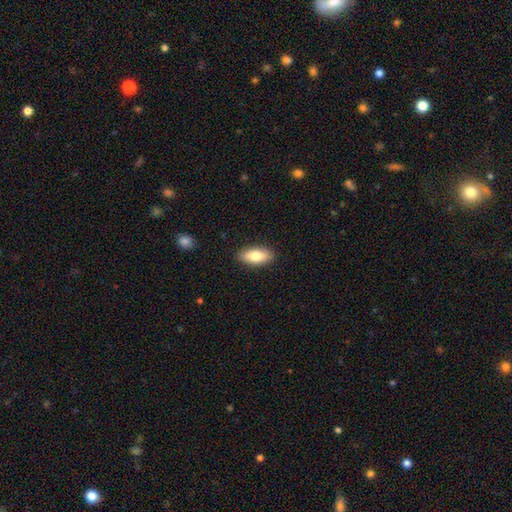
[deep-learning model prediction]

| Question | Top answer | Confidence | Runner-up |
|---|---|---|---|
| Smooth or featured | smooth | 77% | featured or disk (17%) |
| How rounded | in between | 84% | cigar-shaped (13%) |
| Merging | none | 89% | minor disturbance (8%) |